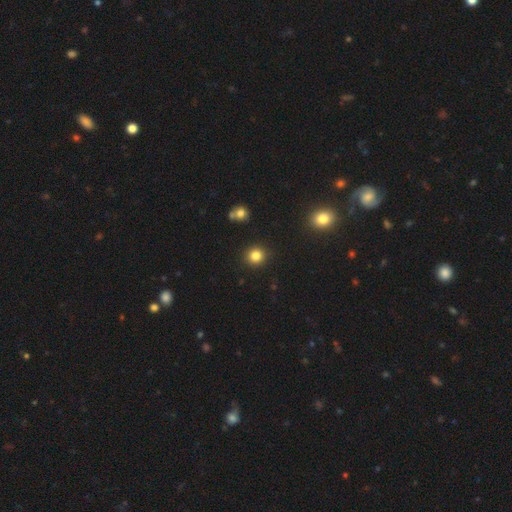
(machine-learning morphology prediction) Overall: smooth (83%). How rounded: round (90%). Merging: none (90%).